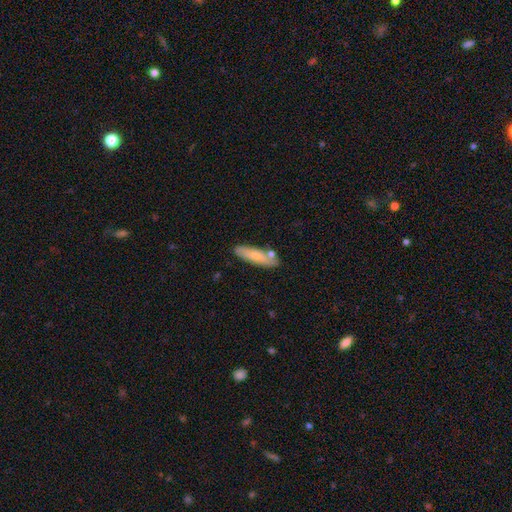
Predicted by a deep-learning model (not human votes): Smooth or featured? smooth (69%)
How rounded? cigar-shaped (61%)
Merging? none (71%)